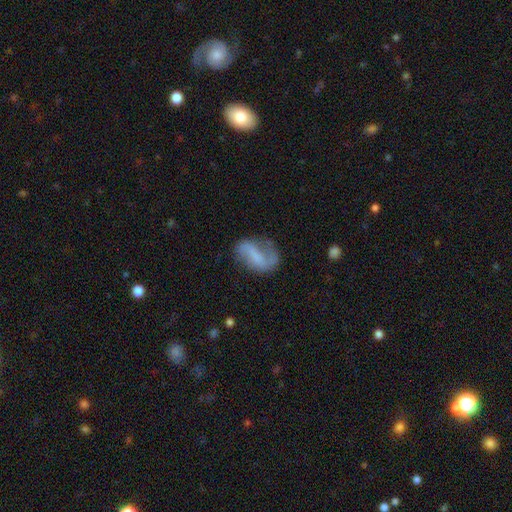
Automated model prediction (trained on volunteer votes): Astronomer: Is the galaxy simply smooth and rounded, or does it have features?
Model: featured or disk — 67%.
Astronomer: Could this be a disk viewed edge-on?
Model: no — 97%.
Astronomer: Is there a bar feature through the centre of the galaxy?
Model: weak — 40% (runner-up: strong, 32%).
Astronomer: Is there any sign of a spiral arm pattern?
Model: yes — 87%.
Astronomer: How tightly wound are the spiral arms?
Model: loose — 57%.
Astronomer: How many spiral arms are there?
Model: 2 — 80%.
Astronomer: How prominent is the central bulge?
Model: none — 56%.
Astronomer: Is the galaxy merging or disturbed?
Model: none — 59%.